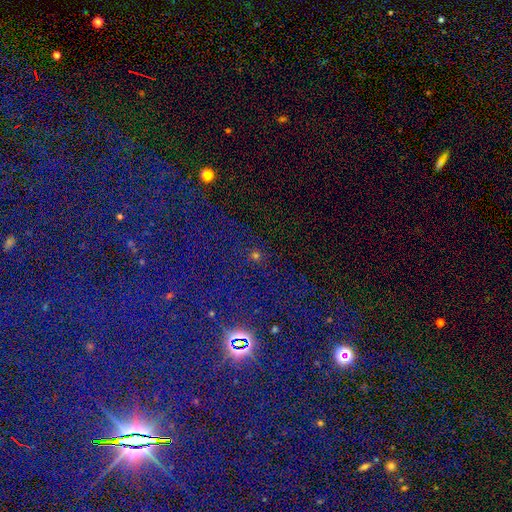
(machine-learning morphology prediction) The model was most divided on "smooth or featured": star or artifact: 60%, smooth: 32%, featured or disk: 8%.